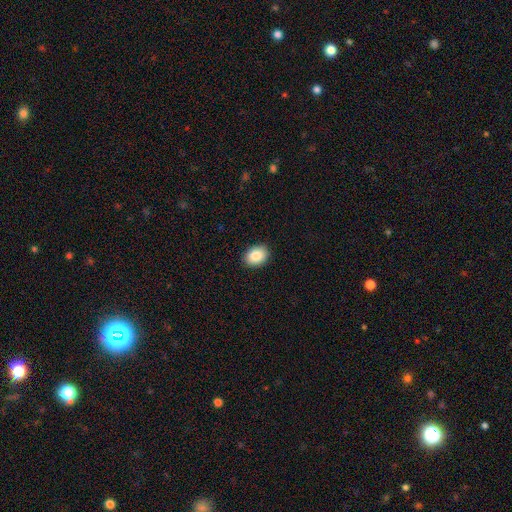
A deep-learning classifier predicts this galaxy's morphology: Q: Smooth or featured?
A: smooth (87%); runner-up: star or artifact (7%)
Q: How rounded?
A: in between (73%); runner-up: round (26%)
Q: Merging?
A: none (90%); runner-up: minor disturbance (7%)